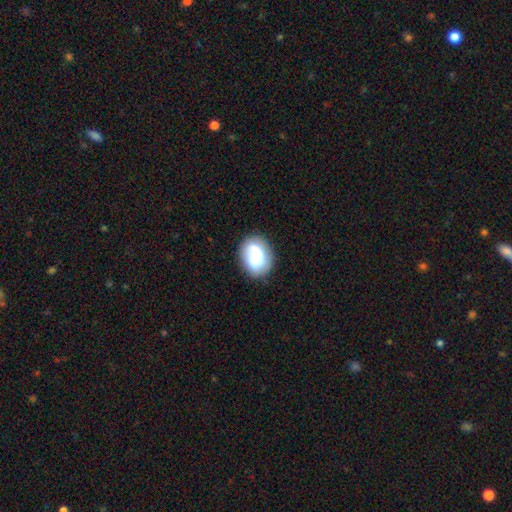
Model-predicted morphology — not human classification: A smooth galaxy with no disk features (68%) that is in between round and cigar-shaped (61%).

Vote fractions:
- Smooth or featured? smooth: 68% / featured or disk: 25% / star or artifact: 8%
- How rounded? in between: 61% / round: 37% / cigar-shaped: 1%
- Merging? none: 73% / minor disturbance: 17% / major disturbance: 6% / merger: 4%